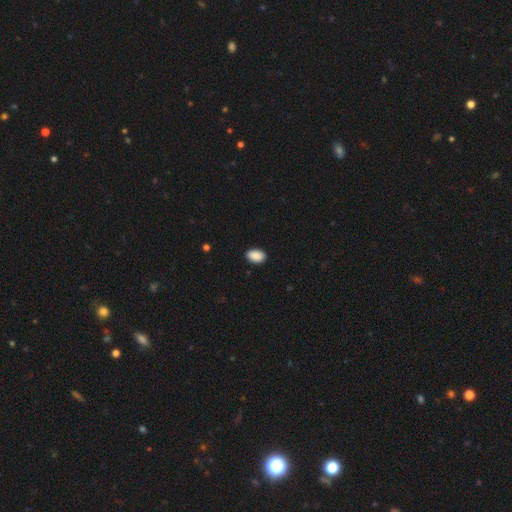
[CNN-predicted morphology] smooth-or-featured: smooth: 90% | star or artifact: 7% | featured or disk: 3%
  how-rounded: in between: 91% | round: 7% | cigar-shaped: 1%
  merging: none: 89% | minor disturbance: 8% | major disturbance: 2% | merger: 1%